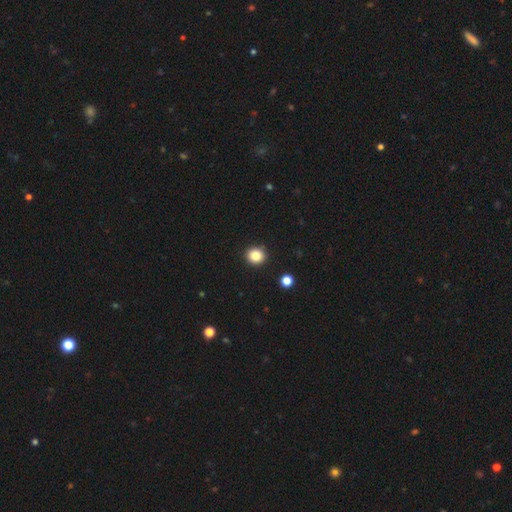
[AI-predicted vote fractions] Overall: smooth (85%). How rounded: round (89%). Merging: none (92%).